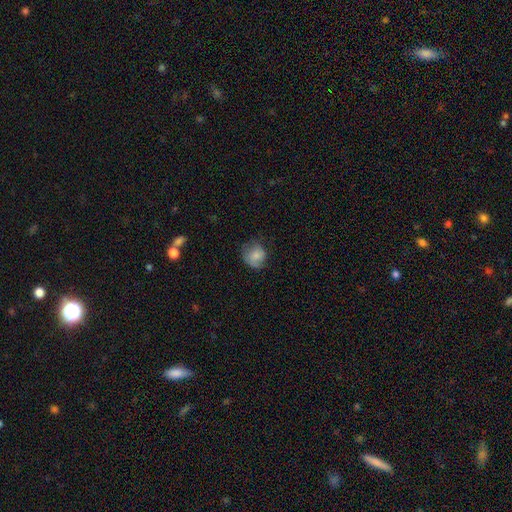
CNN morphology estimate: Smooth or featured: smooth — 74% (featured or disk — 18%)
How rounded: round — 75% (in between — 25%)
Merging: none — 57% (minor disturbance — 28%)